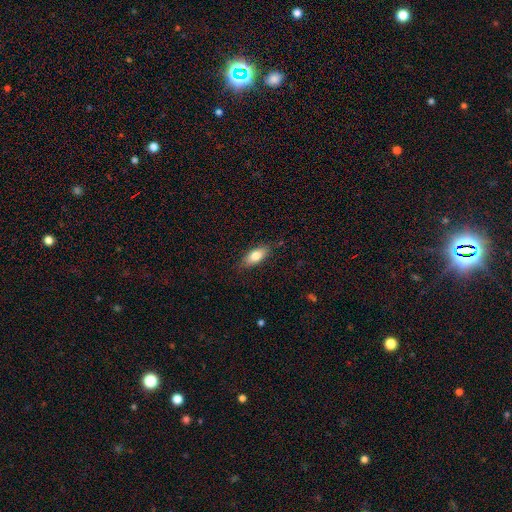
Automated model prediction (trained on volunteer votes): Overall: smooth (77%). How rounded: in between (83%). Merging: none (83%).